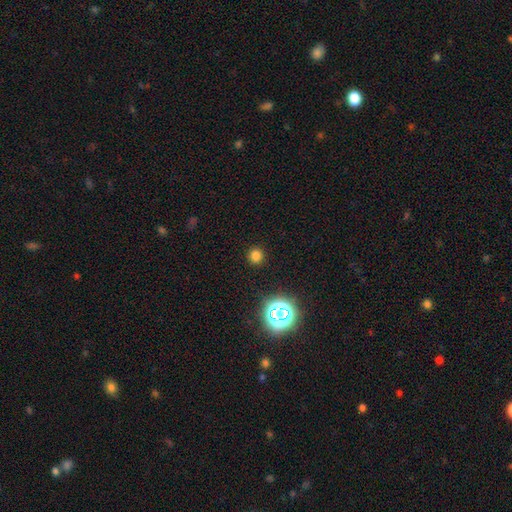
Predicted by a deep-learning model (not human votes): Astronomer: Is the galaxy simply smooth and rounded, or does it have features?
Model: smooth — 75%.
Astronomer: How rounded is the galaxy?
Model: round — 93%.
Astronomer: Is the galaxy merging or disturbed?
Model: none — 90%.